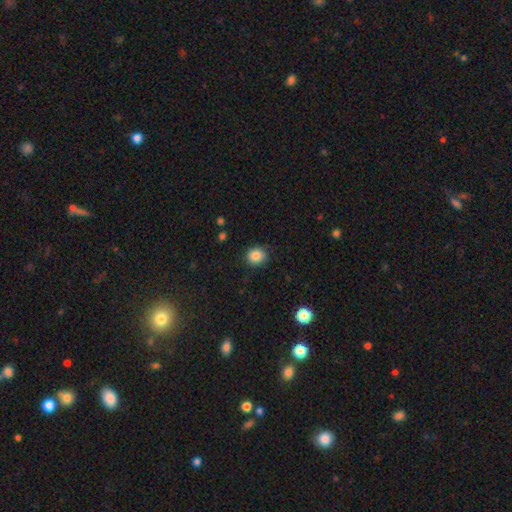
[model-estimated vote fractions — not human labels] A smooth galaxy with no disk features (86%) that is round (79%).

Vote fractions:
- Smooth or featured? smooth: 86% / star or artifact: 10% / featured or disk: 4%
- How rounded? round: 79% / in between: 20% / cigar-shaped: 1%
- Merging? none: 85% / minor disturbance: 12% / major disturbance: 3% / merger: 1%